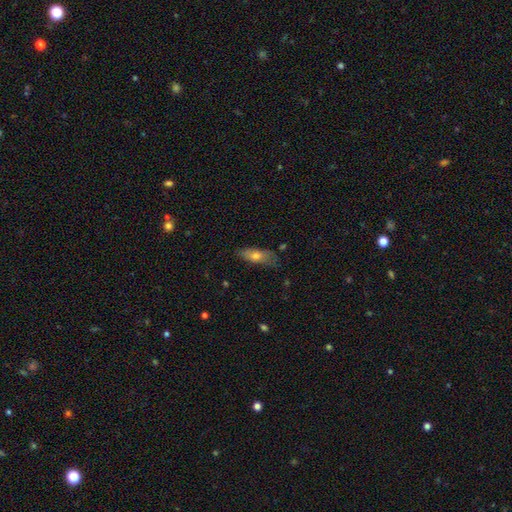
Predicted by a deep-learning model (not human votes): smooth_or_featured: smooth (p=0.64) [alt: featured or disk p=0.29]
how_rounded: in between (p=0.61) [alt: cigar-shaped p=0.36]
merging: none (p=0.68) [alt: minor disturbance p=0.25]